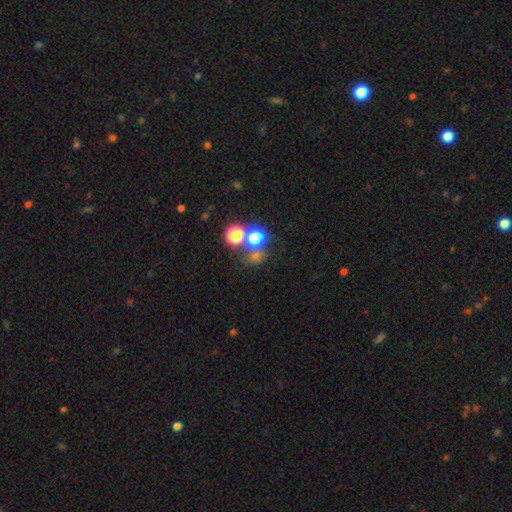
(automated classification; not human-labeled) A smooth galaxy with no disk features (53%) that is round (83%).

Vote fractions:
- Smooth or featured? smooth: 53% / star or artifact: 37% / featured or disk: 10%
- How rounded? round: 83% / in between: 16% / cigar-shaped: 1%
- Merging? none: 59% / merger: 26% / minor disturbance: 9% / major disturbance: 6%